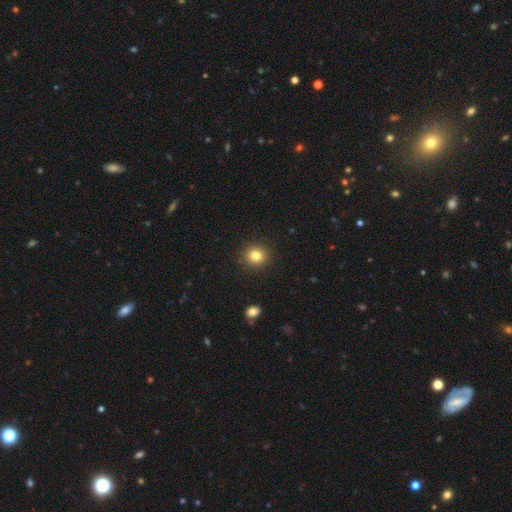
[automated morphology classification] Smooth or featured: smooth — 82% (star or artifact — 12%)
How rounded: round — 87% (in between — 12%)
Merging: none — 91% (minor disturbance — 6%)